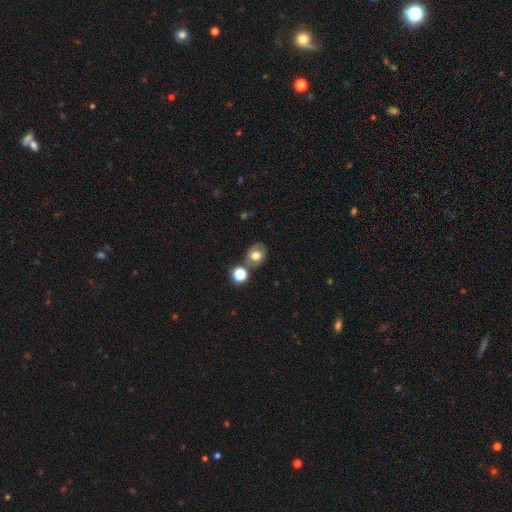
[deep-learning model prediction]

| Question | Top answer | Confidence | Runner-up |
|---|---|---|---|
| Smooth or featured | smooth | 62% | featured or disk (26%) |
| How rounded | round | 50% | in between (49%) |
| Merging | none | 64% | merger (16%) |